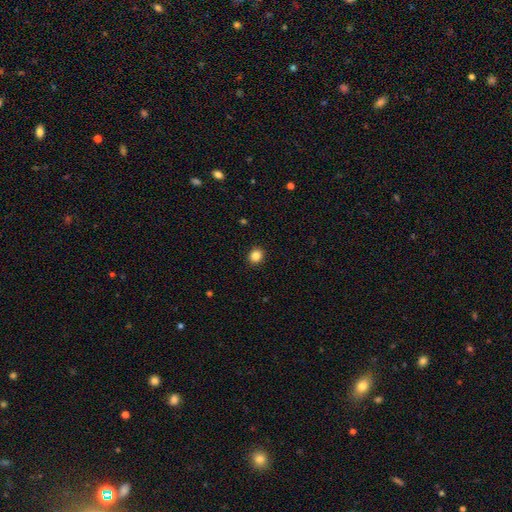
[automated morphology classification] Smooth or featured? Predicted: smooth (p=0.85). How rounded? Predicted: round (p=0.80). Merging? Predicted: none (p=0.92).